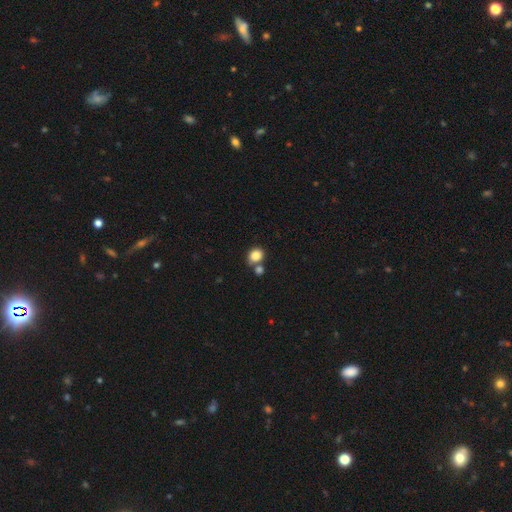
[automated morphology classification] Overall: smooth (84%). How rounded: round (61%; in between 38%). Merging: none (57%; merger 29%).